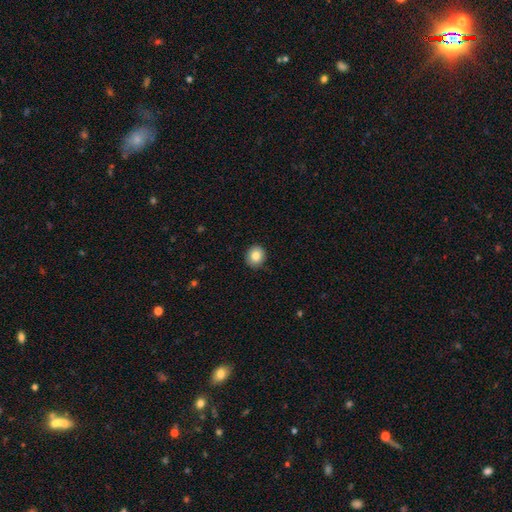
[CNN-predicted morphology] The model was most divided on "how rounded": round: 82%, in between: 17%, cigar-shaped: 1%. More confident: merging — none (90%); smooth or featured — smooth (83%).